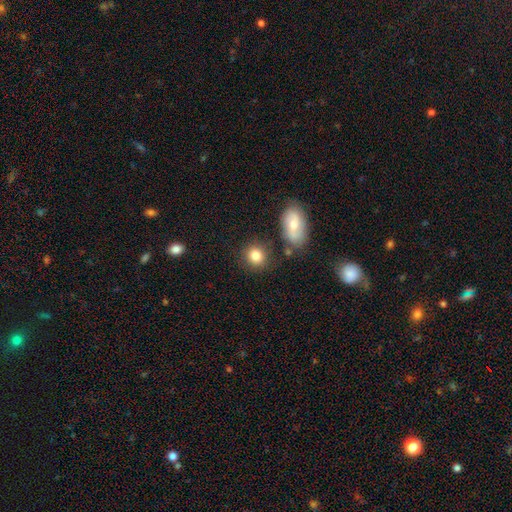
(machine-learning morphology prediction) Smooth or featured: smooth — 84% (star or artifact — 9%)
How rounded: round — 78% (in between — 20%)
Merging: none — 78% (minor disturbance — 11%)